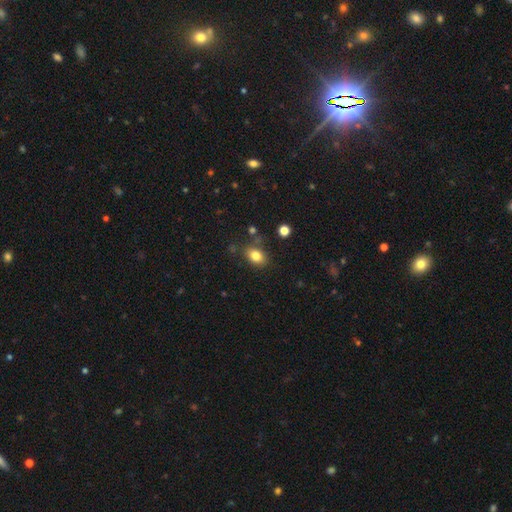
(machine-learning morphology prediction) This is clearly a smooth galaxy (82%). How rounded: likely in between (78%). Merging: likely none (77%).